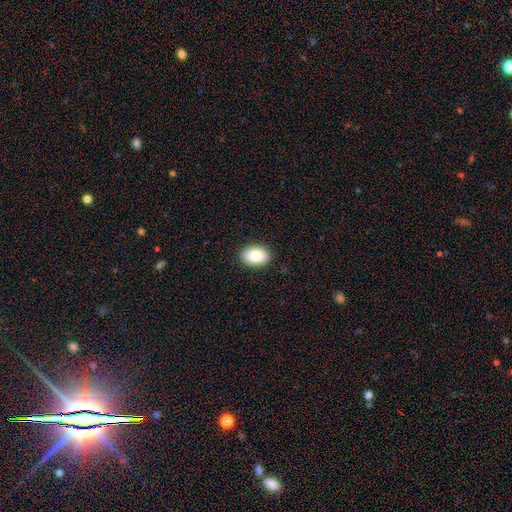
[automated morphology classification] The model was most divided on "how rounded": in between: 85%, round: 14%, cigar-shaped: 1%. More confident: merging — none (89%); smooth or featured — smooth (85%).